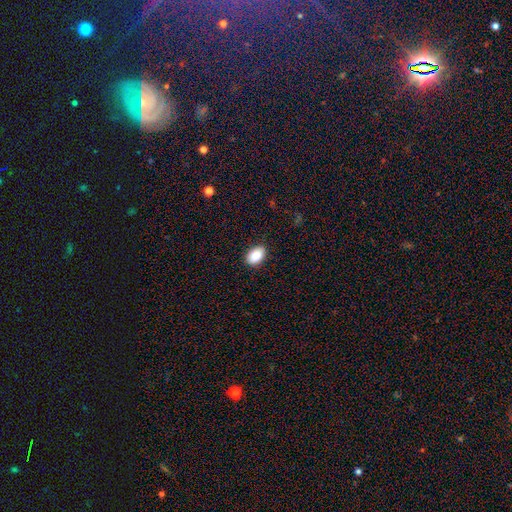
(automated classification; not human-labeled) smooth-or-featured: smooth: 89% | star or artifact: 7% | featured or disk: 4%
  how-rounded: in between: 88% | round: 11% | cigar-shaped: 1%
  merging: none: 88% | minor disturbance: 9% | major disturbance: 2% | merger: 1%